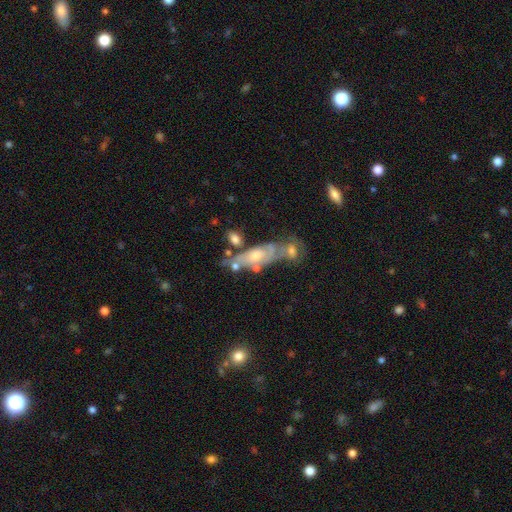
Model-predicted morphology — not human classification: featured or disk 63%, smooth 28%, star or artifact 9%. Down the decision tree: edge-on disk — no (75%); merging — none (37%).